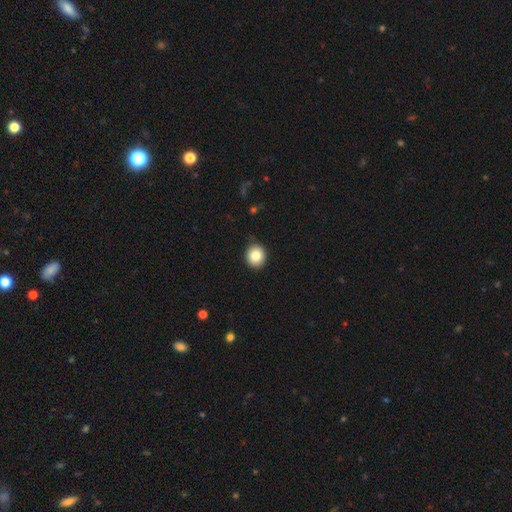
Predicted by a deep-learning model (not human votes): Morphology: type=smooth (83%); roundness=round (78%); merging=none (85%).